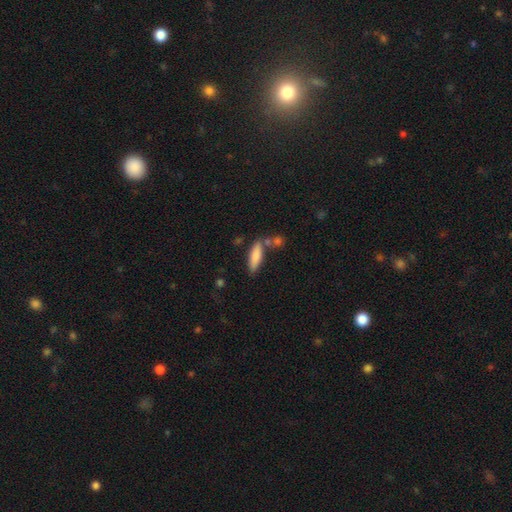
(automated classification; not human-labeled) Q: Smooth or featured?
A: smooth (81%); runner-up: featured or disk (13%)
Q: How rounded?
A: cigar-shaped (59%); runner-up: in between (40%)
Q: Merging?
A: none (69%); runner-up: minor disturbance (15%)